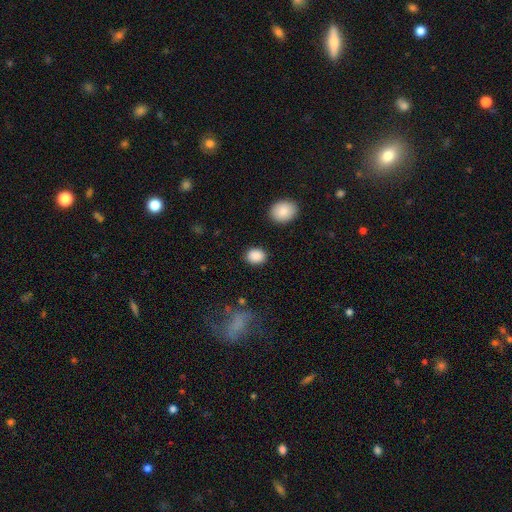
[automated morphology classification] Smooth or featured? Predicted: smooth (p=0.88). How rounded? Predicted: in between (p=0.56). Merging? Predicted: none (p=0.87).